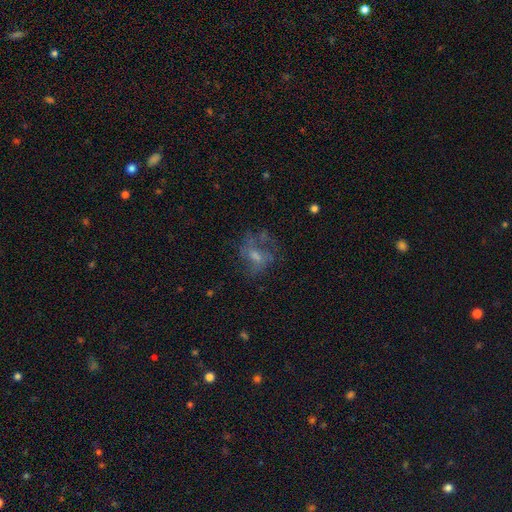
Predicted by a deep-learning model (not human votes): Smooth or featured? Predicted: featured or disk (p=0.50). Merging? Predicted: none (p=0.49).